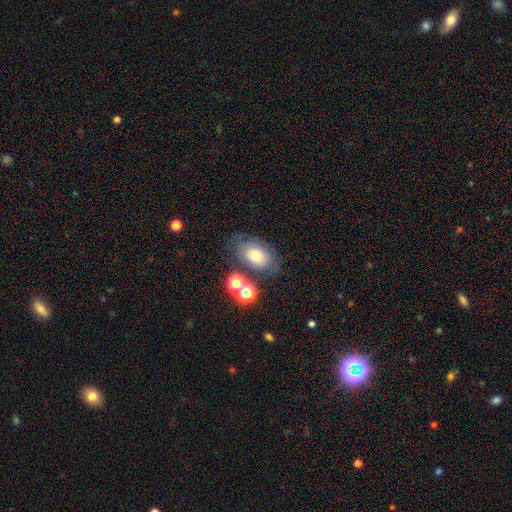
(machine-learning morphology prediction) Smooth or featured? Predicted: smooth (p=0.62). How rounded? Predicted: in between (p=0.82). Merging? Predicted: none (p=0.62).